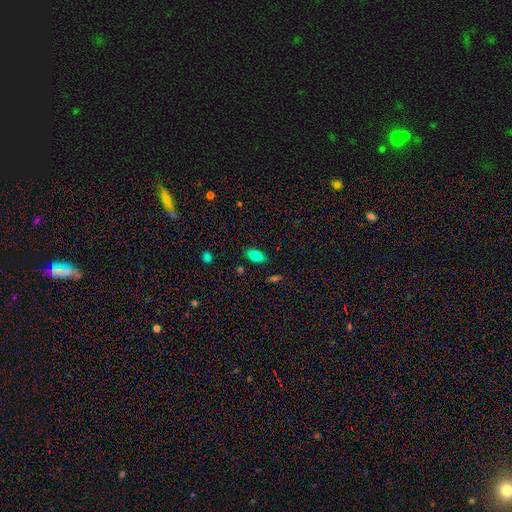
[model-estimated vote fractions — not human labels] A smooth galaxy with no disk features (82%) that is in between round and cigar-shaped (90%). Merging: none (83%).